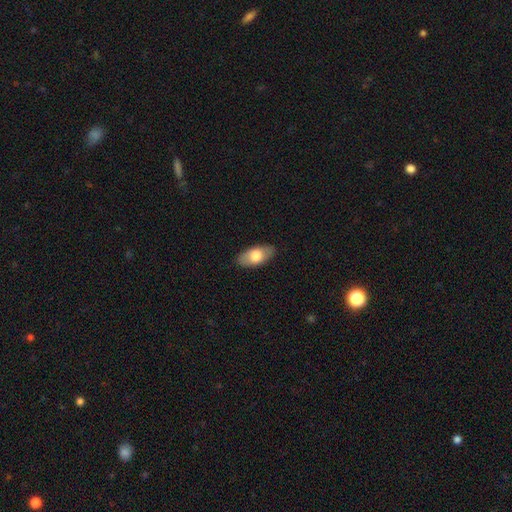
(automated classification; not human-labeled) smooth-or-featured: smooth: 72% | featured or disk: 22% | star or artifact: 6%
  how-rounded: in between: 92% | cigar-shaped: 5% | round: 3%
  merging: none: 86% | minor disturbance: 11% | major disturbance: 2% | merger: 1%